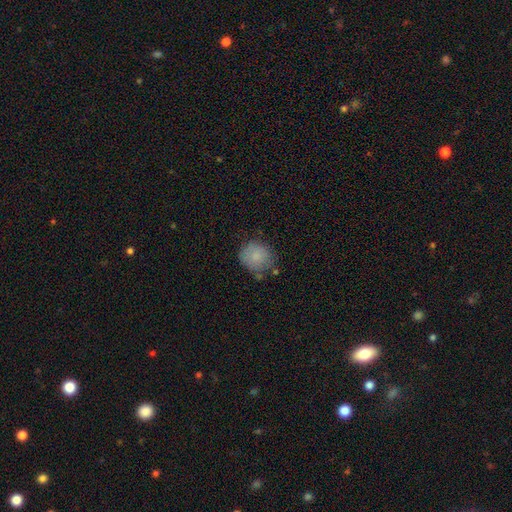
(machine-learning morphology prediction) This appears to be a smooth galaxy with no disk features (83%) that is round (81%). Merging: none (67%).